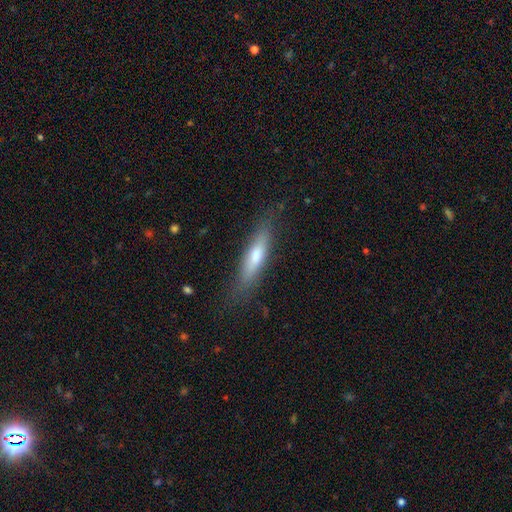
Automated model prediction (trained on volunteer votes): smooth-or-featured: smooth: 63% | featured or disk: 30% | star or artifact: 6%
  how-rounded: cigar-shaped: 77% | in between: 22% | round: 2%
  merging: none: 81% | minor disturbance: 14% | major disturbance: 4% | merger: 1%